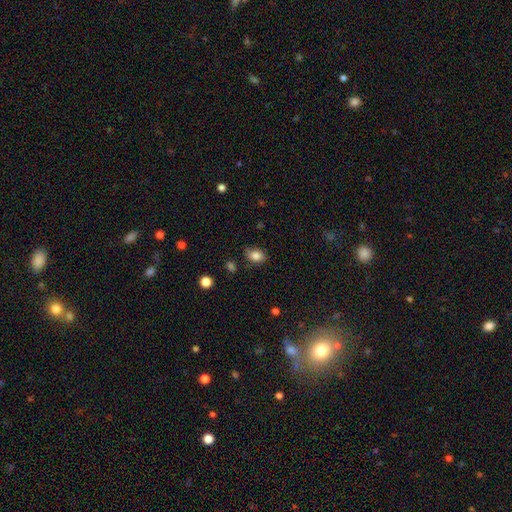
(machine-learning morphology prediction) type=smooth (84%); roundness=in between (72%); merging=none (74%).